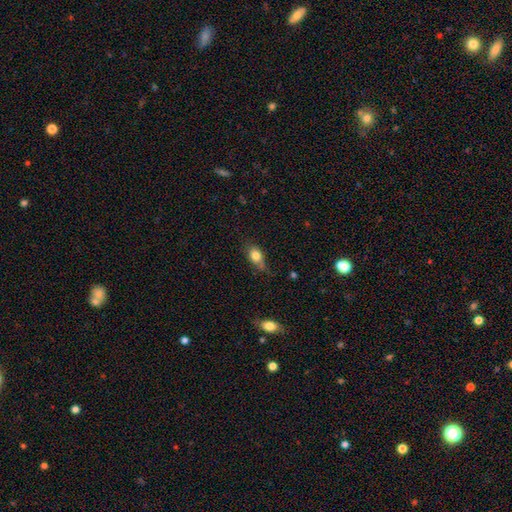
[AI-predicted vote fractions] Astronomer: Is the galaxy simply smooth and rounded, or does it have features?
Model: smooth — 80%.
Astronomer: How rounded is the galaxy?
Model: in between — 74%.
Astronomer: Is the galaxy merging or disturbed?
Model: none — 51% (runner-up: minor disturbance, 34%).